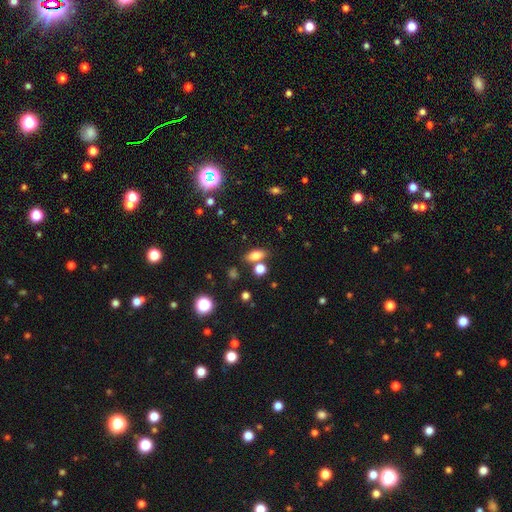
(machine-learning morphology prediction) Smooth or featured?
  - smooth: 76% *
  - star or artifact: 12%
  - featured or disk: 12%
How rounded?
  - in between: 79% *
  - cigar-shaped: 12%
  - round: 10%
Merging?
  - none: 68% *
  - merger: 16%
  - minor disturbance: 12%
  - major disturbance: 4%